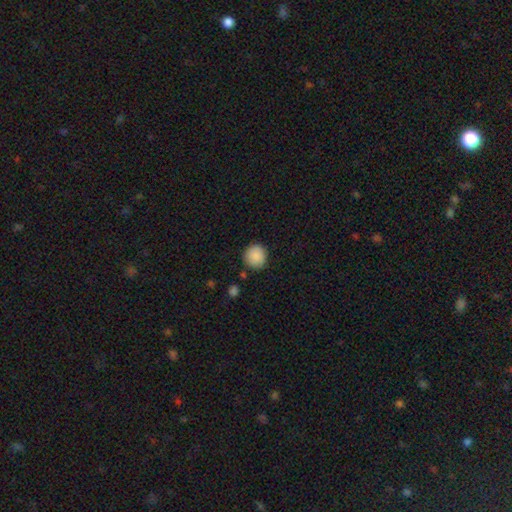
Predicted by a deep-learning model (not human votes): Q: Smooth or featured?
A: smooth (89%); runner-up: star or artifact (8%)
Q: How rounded?
A: round (93%); runner-up: in between (6%)
Q: Merging?
A: none (87%); runner-up: minor disturbance (8%)